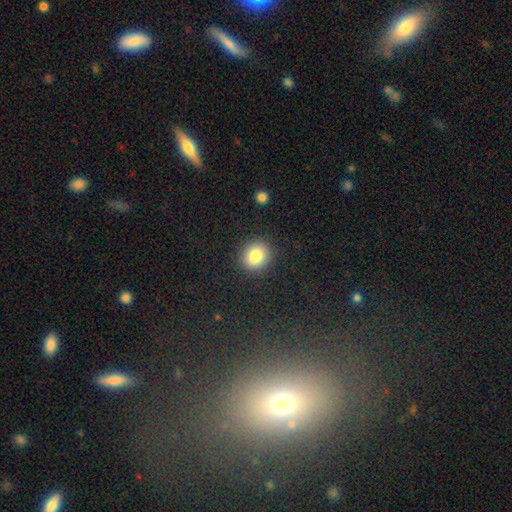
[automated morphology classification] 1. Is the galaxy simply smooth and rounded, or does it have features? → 82% smooth, 10% star or artifact, 8% featured or disk.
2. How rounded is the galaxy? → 80% round, 19% in between, 1% cigar-shaped.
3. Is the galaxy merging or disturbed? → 88% none, 8% minor disturbance, 3% major disturbance, 2% merger.